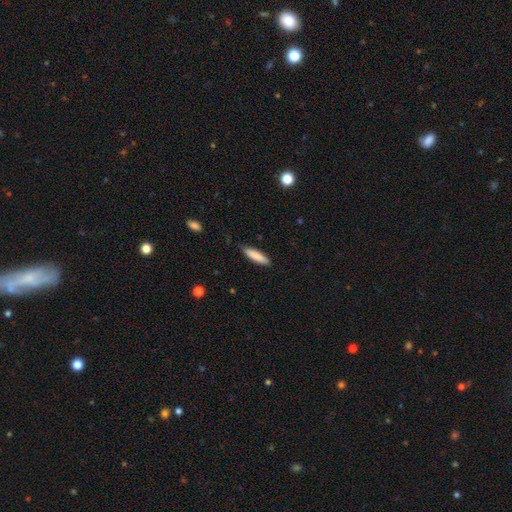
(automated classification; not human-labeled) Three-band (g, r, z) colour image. It shows a smooth galaxy with no disk features (85%) that is cigar-shaped (71%). Merging: none (78%).